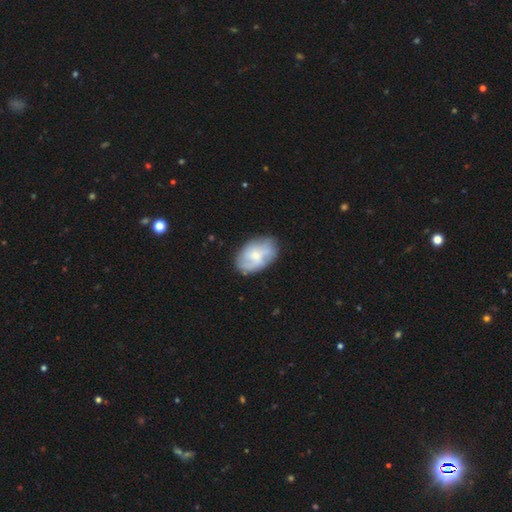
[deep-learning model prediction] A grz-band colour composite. It shows a featured or disk galaxy (49%). Merging: none (70%).